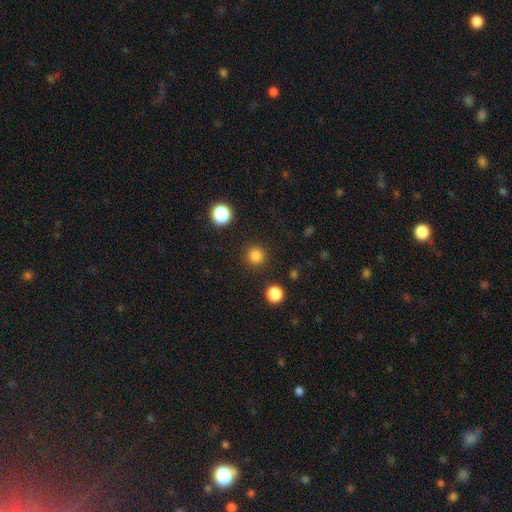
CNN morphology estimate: This appears to be a smooth galaxy with no disk features (83%) that is round (94%). Merging: none (90%).